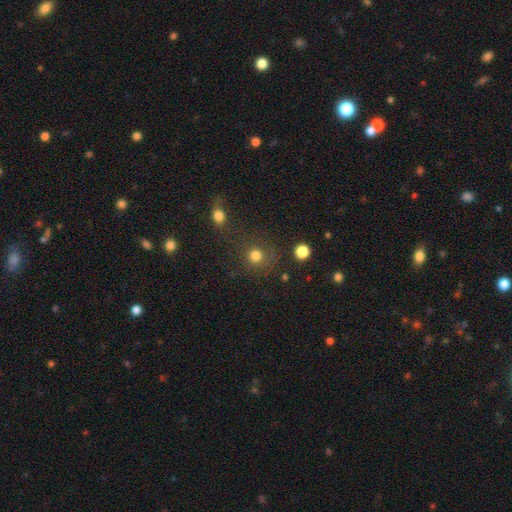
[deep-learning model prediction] Smooth or featured? smooth (78%)
How rounded? round (91%)
Merging? none (75%)